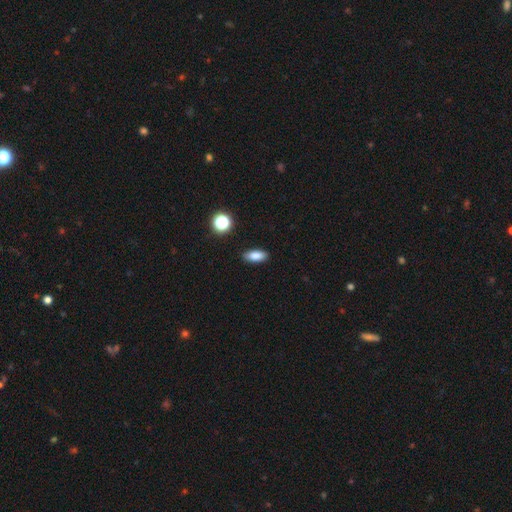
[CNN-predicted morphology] Q: Smooth or featured?
A: smooth (84%); runner-up: star or artifact (9%)
Q: How rounded?
A: in between (83%); runner-up: cigar-shaped (12%)
Q: Merging?
A: none (88%); runner-up: minor disturbance (8%)